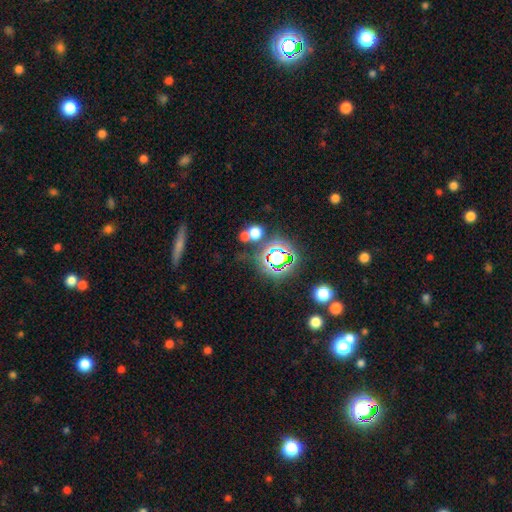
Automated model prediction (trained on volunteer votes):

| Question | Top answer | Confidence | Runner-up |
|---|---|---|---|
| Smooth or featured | star or artifact | 68% | smooth (20%) |